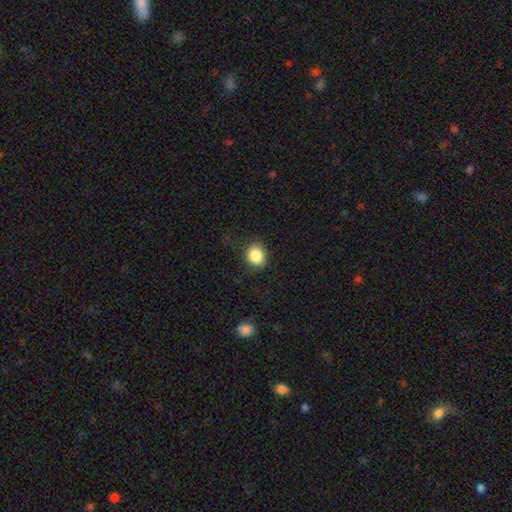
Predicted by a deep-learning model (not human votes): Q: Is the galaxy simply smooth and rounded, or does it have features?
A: smooth — 86%.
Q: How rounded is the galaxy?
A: round — 72%.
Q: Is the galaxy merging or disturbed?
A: none — 74%.